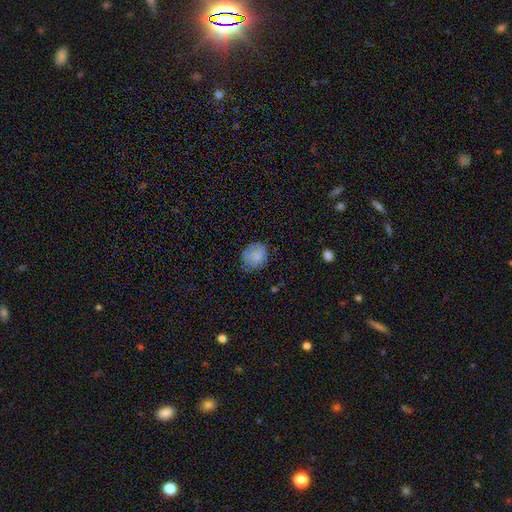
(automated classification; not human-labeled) The model was most divided on "how rounded": round: 57%, in between: 42%, cigar-shaped: 1%. More confident: smooth or featured — smooth (74%); merging — none (61%).